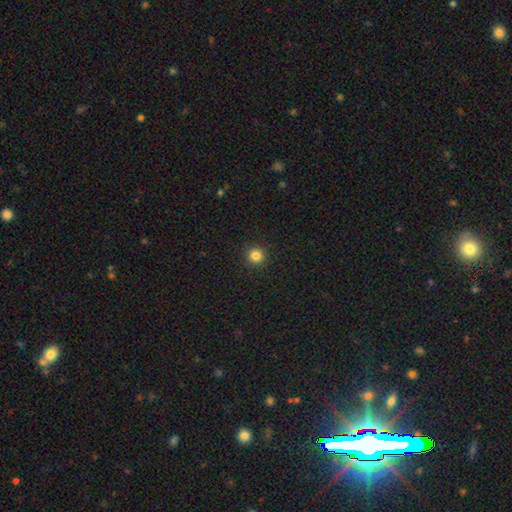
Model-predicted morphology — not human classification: smooth 84%, star or artifact 12%, featured or disk 4%. Down the decision tree: how rounded — round (94%); merging — none (93%).